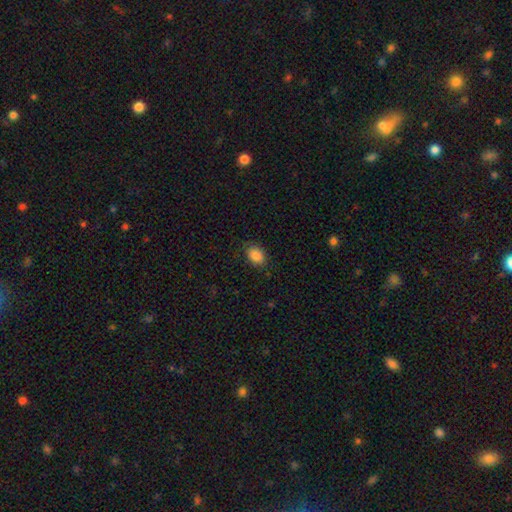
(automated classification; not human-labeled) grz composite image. It shows a smooth galaxy with no disk features (86%) that is in between round and cigar-shaped (76%). Merging: none (79%).